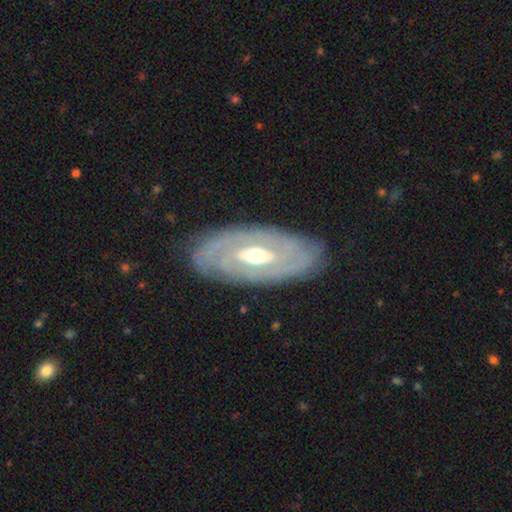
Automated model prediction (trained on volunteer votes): A featured or disk galaxy (81%) with no bar (44%), tight (70%) spiral arms (74%) and a moderate central bulge (68%). Merging: none (81%).